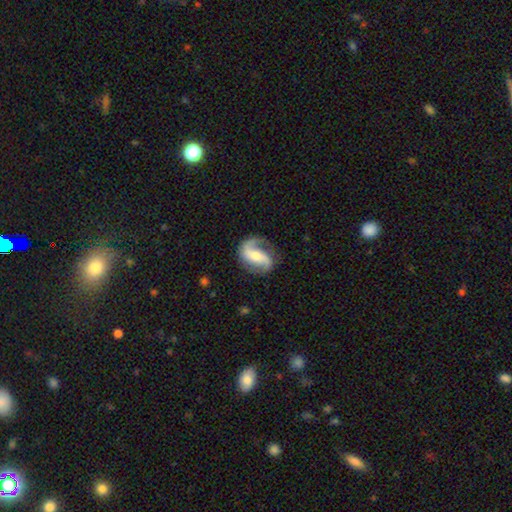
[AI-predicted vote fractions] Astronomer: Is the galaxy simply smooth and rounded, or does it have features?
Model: featured or disk — 83%.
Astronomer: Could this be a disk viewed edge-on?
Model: no — 97%.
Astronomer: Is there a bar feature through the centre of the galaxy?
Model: strong — 35% (runner-up: weak, 33%).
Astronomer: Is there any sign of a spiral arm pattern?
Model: yes — 95%.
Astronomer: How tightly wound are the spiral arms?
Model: loose — 45% (runner-up: medium, 40%).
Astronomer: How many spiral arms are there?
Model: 2 — 79%.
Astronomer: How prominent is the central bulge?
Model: moderate — 51% (runner-up: small, 40%).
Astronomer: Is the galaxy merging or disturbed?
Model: none — 70%.